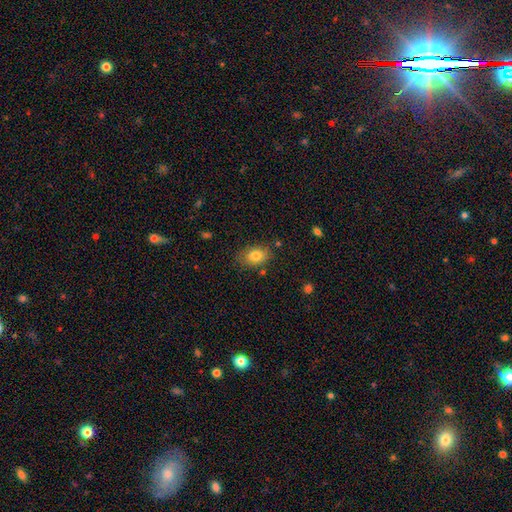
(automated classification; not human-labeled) smooth_or_featured: smooth (p=0.81) [alt: featured or disk p=0.10]
how_rounded: in between (p=0.80) [alt: round p=0.19]
merging: none (p=0.78) [alt: minor disturbance p=0.16]